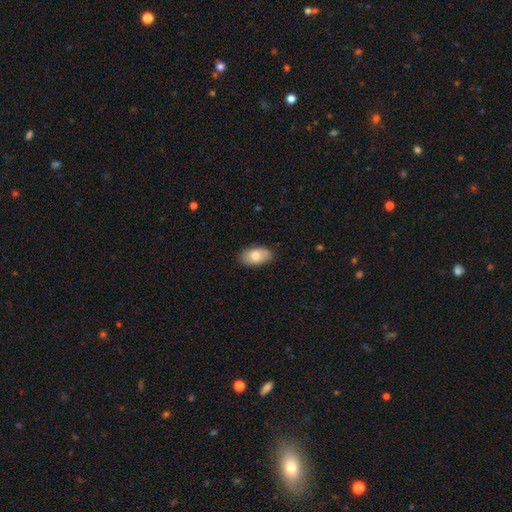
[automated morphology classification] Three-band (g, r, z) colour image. It shows a smooth galaxy with no disk features (80%) that is in between round and cigar-shaped (93%). Merging: none (83%).